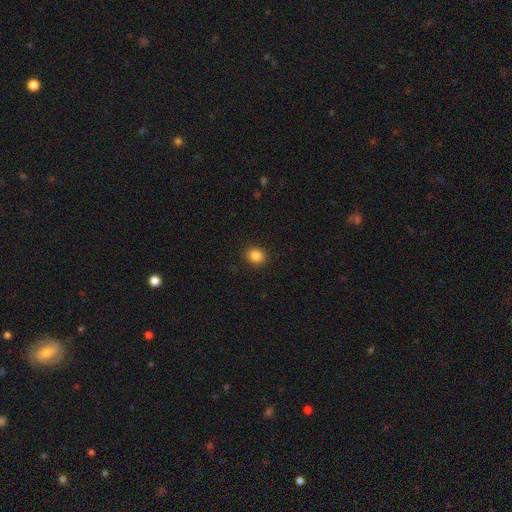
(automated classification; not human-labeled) smooth_or_featured: smooth (p=0.85) [alt: star or artifact p=0.11]
how_rounded: round (p=0.76) [alt: in between p=0.23]
merging: none (p=0.91) [alt: minor disturbance p=0.06]